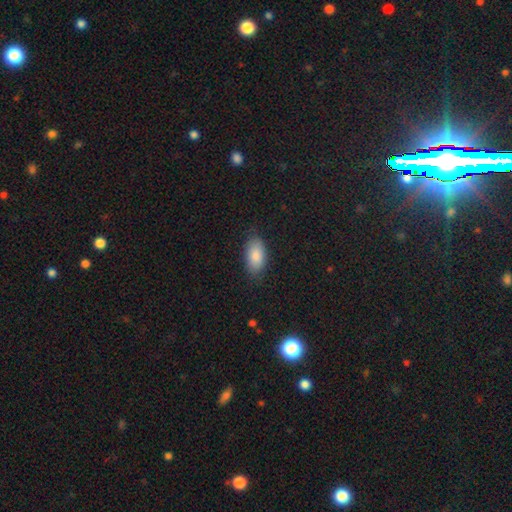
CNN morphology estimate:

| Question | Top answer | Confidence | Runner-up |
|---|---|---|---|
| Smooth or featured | smooth | 86% | featured or disk (7%) |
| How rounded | in between | 93% | cigar-shaped (4%) |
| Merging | none | 81% | minor disturbance (15%) |